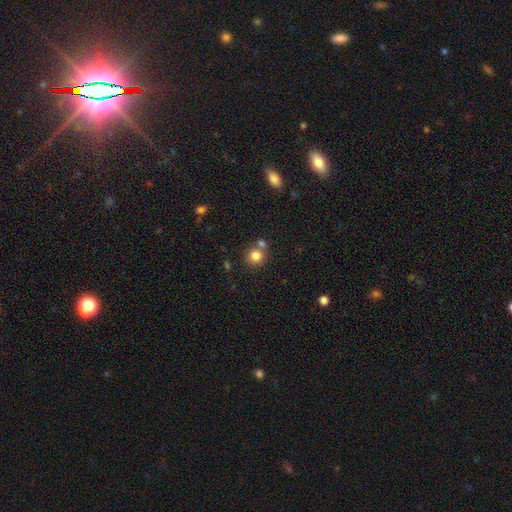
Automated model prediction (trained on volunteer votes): smooth 81%, star or artifact 12%, featured or disk 7%. Down the decision tree: how rounded — round (89%); merging — none (64%).